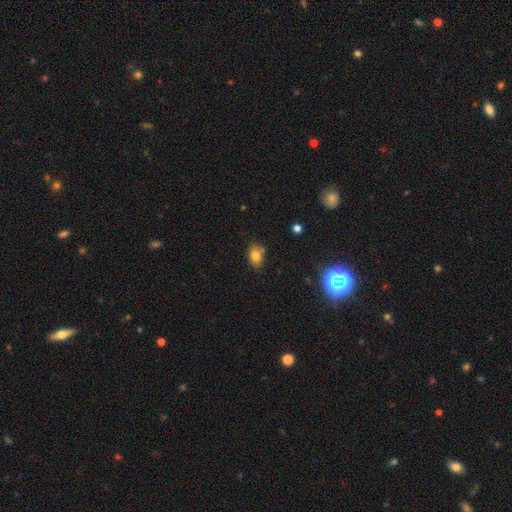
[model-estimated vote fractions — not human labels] Smooth or featured?
  - smooth: 78% *
  - star or artifact: 12%
  - featured or disk: 9%
How rounded?
  - in between: 75% *
  - round: 24%
  - cigar-shaped: 1%
Merging?
  - none: 71% *
  - minor disturbance: 17%
  - merger: 8%
  - major disturbance: 3%